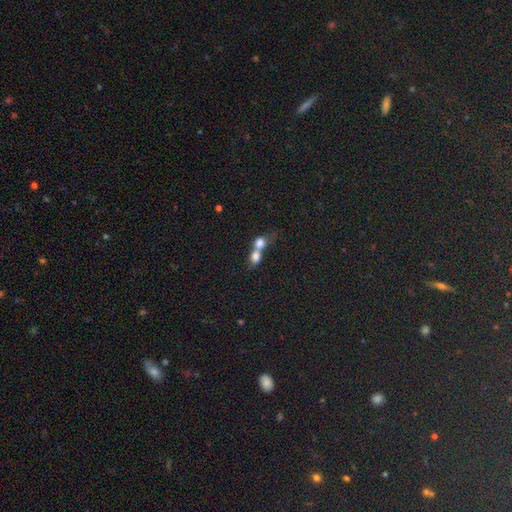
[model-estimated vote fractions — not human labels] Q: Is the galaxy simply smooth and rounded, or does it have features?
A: smooth — 74%.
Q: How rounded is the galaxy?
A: round — 57%.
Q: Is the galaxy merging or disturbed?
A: merger — 77%.